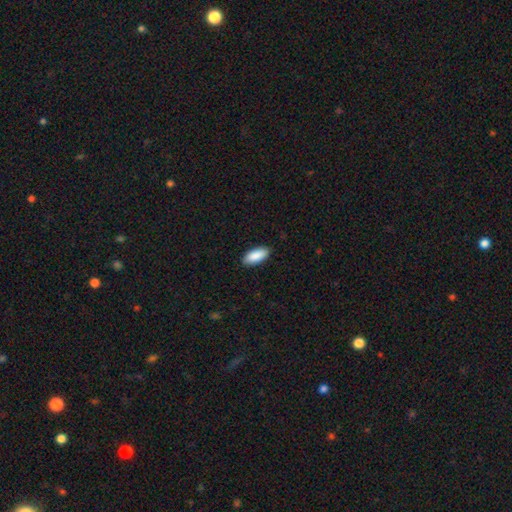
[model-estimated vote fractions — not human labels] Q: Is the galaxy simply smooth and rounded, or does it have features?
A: smooth — 90%.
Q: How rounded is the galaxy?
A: in between — 88%.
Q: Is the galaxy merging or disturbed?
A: none — 89%.